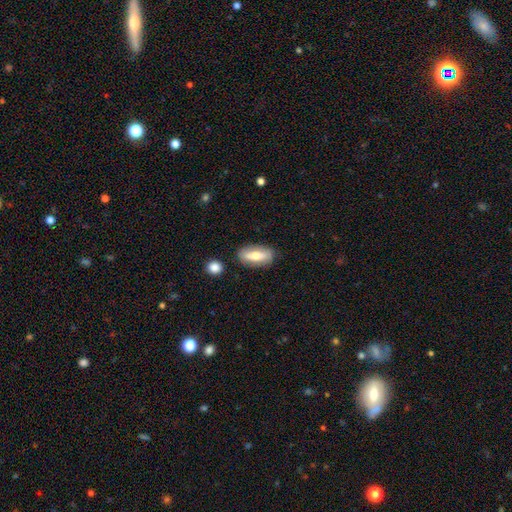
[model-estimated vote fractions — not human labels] Smooth or featured: smooth — 58% (featured or disk — 35%)
How rounded: in between — 79% (cigar-shaped — 18%)
Merging: none — 80% (minor disturbance — 13%)